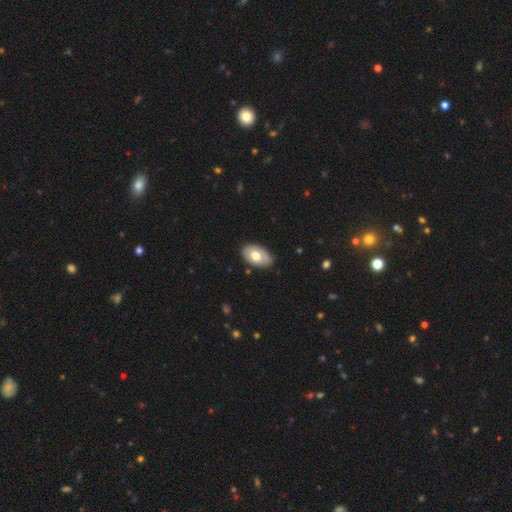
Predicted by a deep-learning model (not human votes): Smooth or featured?
  - smooth: 68% *
  - featured or disk: 27%
  - star or artifact: 6%
How rounded?
  - in between: 92% *
  - round: 7%
  - cigar-shaped: 1%
Merging?
  - none: 87% *
  - minor disturbance: 10%
  - major disturbance: 2%
  - merger: 1%